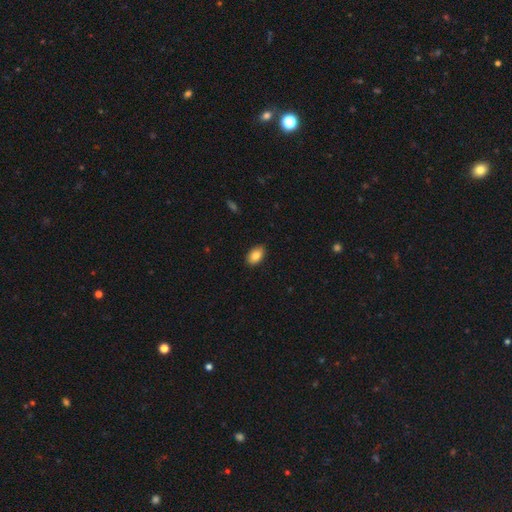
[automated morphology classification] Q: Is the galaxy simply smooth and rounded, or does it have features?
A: smooth — 85%.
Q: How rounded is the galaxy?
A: in between — 90%.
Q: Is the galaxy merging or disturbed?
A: none — 86%.